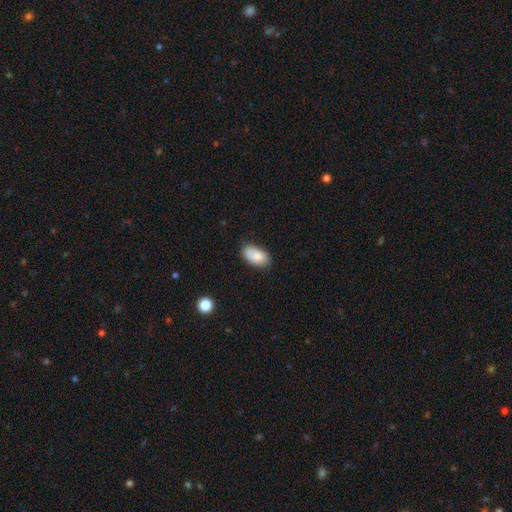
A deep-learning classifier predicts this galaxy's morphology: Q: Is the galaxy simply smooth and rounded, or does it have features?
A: smooth — 85%.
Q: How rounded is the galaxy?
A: in between — 94%.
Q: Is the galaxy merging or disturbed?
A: none — 76%.